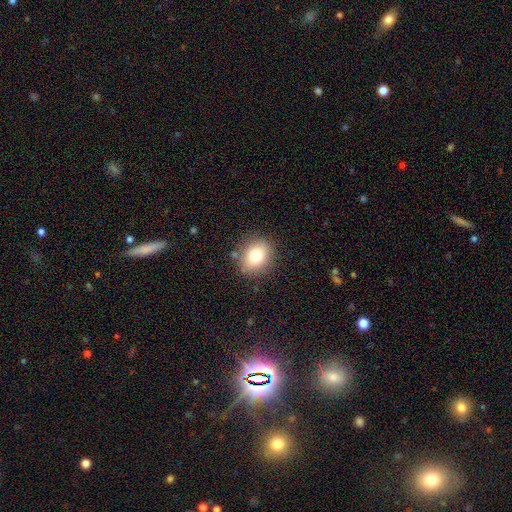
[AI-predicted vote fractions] Morphology: type=smooth (79%); roundness=round (53%); merging=none (84%).